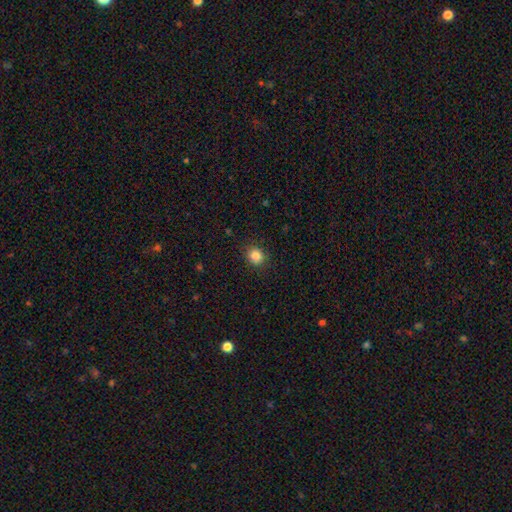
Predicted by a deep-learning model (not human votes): smooth_or_featured: smooth (p=0.85) [alt: star or artifact p=0.11]
how_rounded: round (p=0.79) [alt: in between p=0.20]
merging: none (p=0.89) [alt: minor disturbance p=0.08]